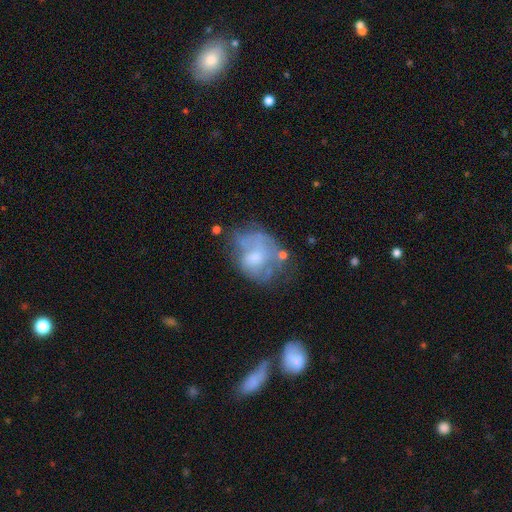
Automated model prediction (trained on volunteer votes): Overall: featured or disk (50%; smooth 40%). Edge-on disk: no (97%). Merging: none (34%; major disturbance 29%).